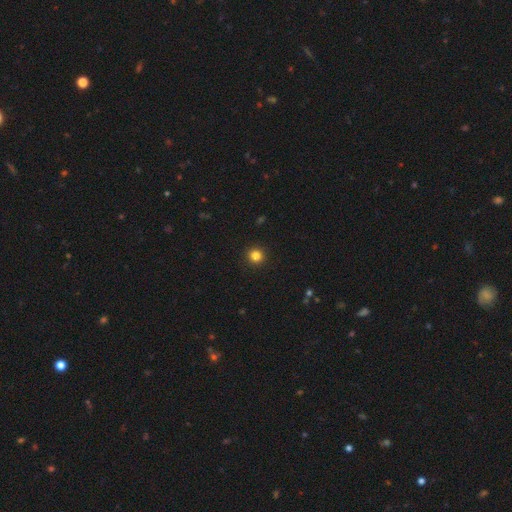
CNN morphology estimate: smooth 83%, star or artifact 13%, featured or disk 4%. Down the decision tree: how rounded — round (95%); merging — none (93%).